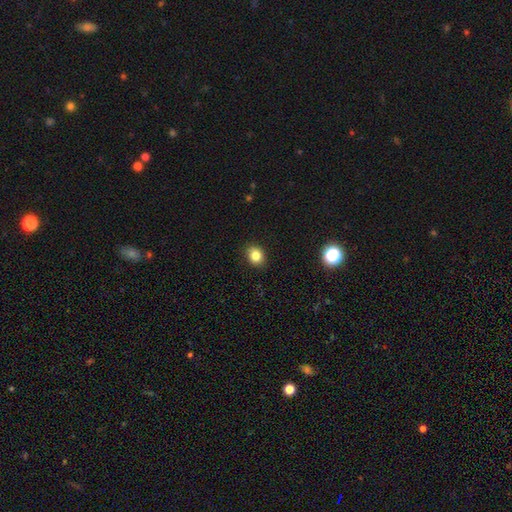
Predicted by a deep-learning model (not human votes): smooth 83%, star or artifact 12%, featured or disk 6%. Down the decision tree: how rounded — round (55%); merging — none (88%).